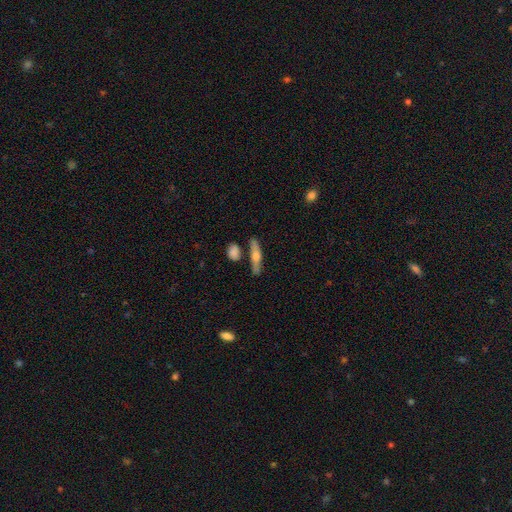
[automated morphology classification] Q: Smooth or featured?
A: smooth (48%); runner-up: featured or disk (45%)
Q: Merging?
A: none (71%); runner-up: minor disturbance (15%)